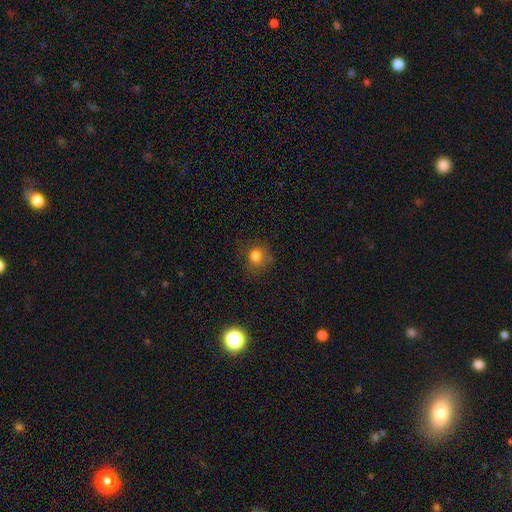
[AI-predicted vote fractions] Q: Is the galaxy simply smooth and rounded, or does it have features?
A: smooth — 77%.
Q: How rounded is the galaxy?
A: round — 82%.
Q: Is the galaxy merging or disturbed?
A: none — 68%.